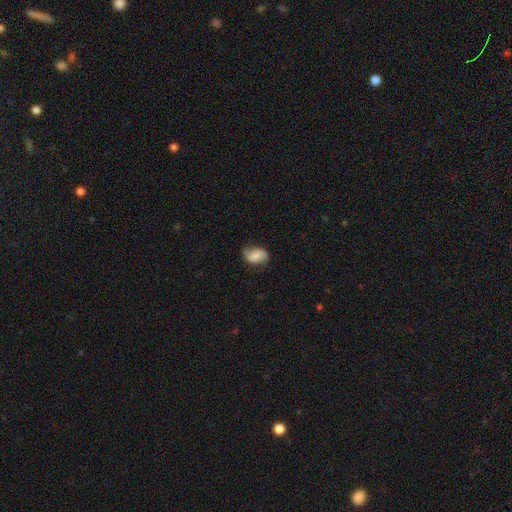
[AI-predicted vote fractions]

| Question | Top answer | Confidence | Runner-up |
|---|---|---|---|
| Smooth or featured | smooth | 49% | featured or disk (42%) |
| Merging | none | 68% | minor disturbance (24%) |